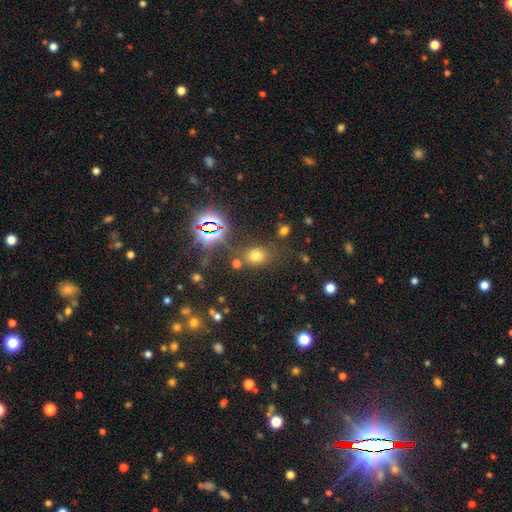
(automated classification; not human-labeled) Smooth or featured?
  - smooth: 64% *
  - star or artifact: 28%
  - featured or disk: 9%
How rounded?
  - in between: 50% *
  - round: 49%
  - cigar-shaped: 2%
Merging?
  - none: 73% *
  - minor disturbance: 13%
  - merger: 8%
  - major disturbance: 6%